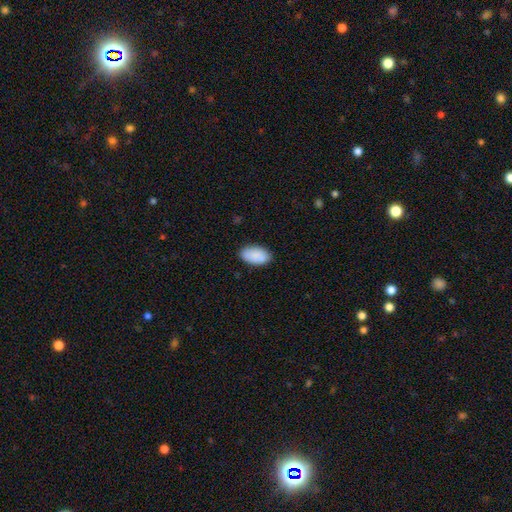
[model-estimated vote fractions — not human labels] Smooth or featured? Predicted: smooth (p=0.89). How rounded? Predicted: in between (p=0.95). Merging? Predicted: none (p=0.85).